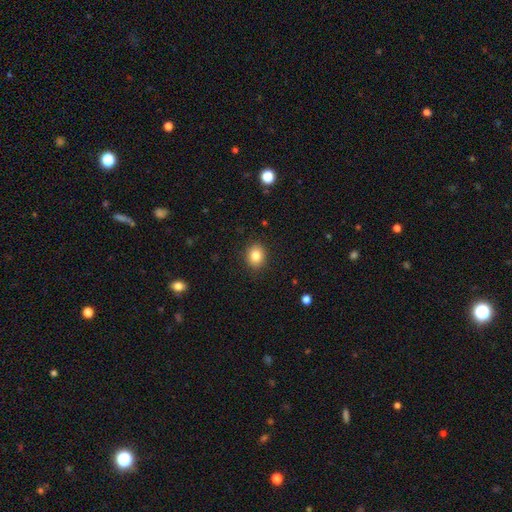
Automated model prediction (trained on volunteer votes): The model was most divided on "how rounded": round: 63%, in between: 37%, cigar-shaped: 1%. More confident: merging — none (89%); smooth or featured — smooth (83%).